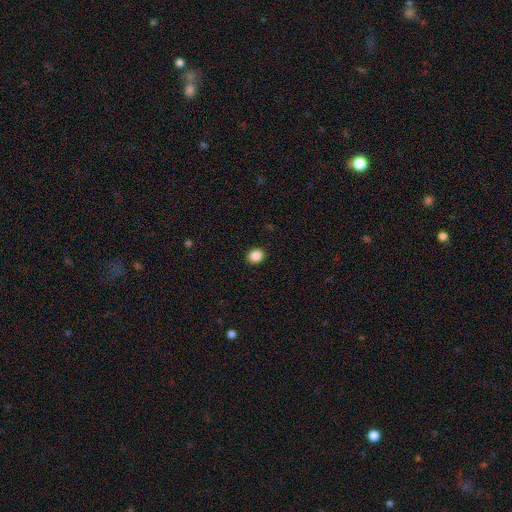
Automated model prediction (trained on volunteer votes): Smooth or featured? Predicted: smooth (p=0.87). How rounded? Predicted: round (p=0.71). Merging? Predicted: none (p=0.92).